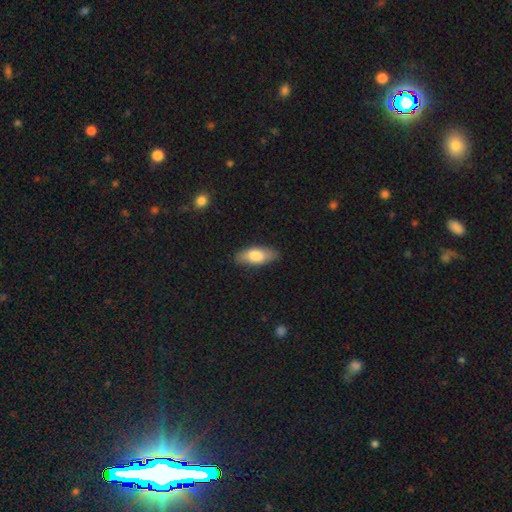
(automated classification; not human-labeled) smooth_or_featured: smooth (p=0.75) [alt: featured or disk p=0.19]
how_rounded: in between (p=0.79) [alt: cigar-shaped p=0.18]
merging: none (p=0.85) [alt: minor disturbance p=0.11]